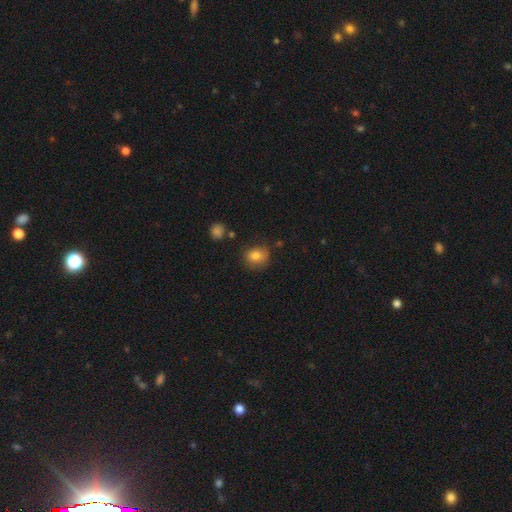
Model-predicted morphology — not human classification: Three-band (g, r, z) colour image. It shows a smooth galaxy with no disk features (81%) that is round (70%). Merging: none (71%).